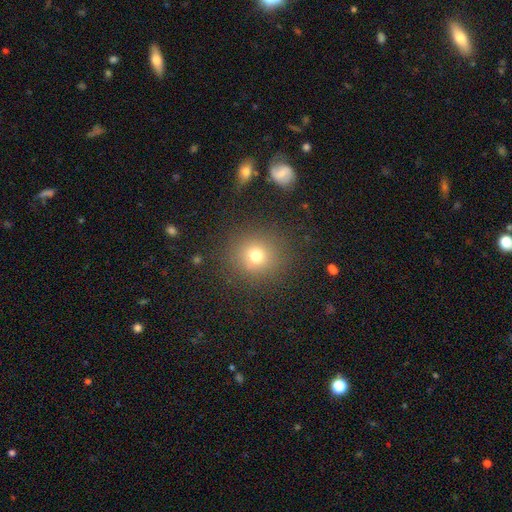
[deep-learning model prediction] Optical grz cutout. It shows a smooth galaxy with no disk features (72%) that is round (91%). Merging: none (86%).